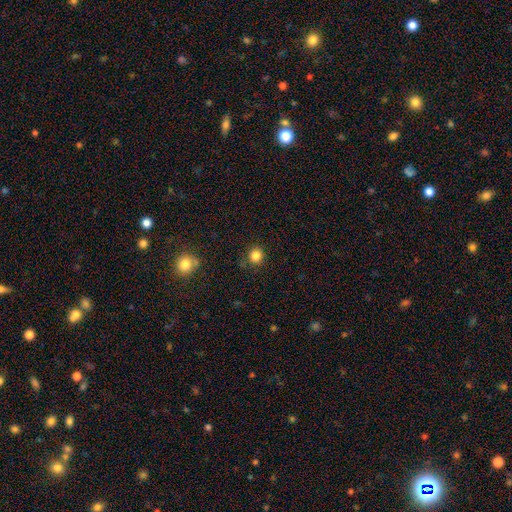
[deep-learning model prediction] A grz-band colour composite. It shows a smooth galaxy with no disk features (83%) that is round (92%). Merging: none (86%).